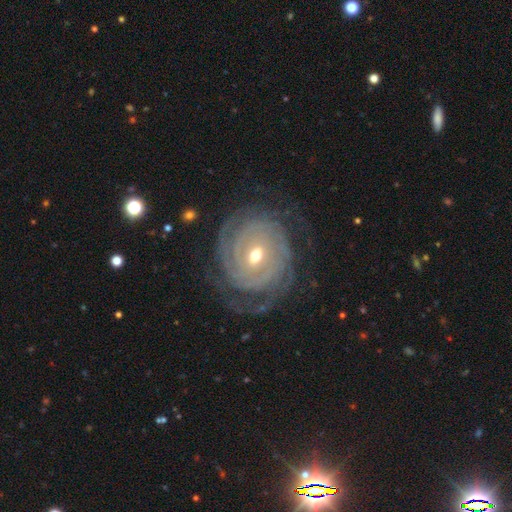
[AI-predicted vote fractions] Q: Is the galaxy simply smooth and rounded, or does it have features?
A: featured or disk — 89%.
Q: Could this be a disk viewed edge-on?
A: no — 97%.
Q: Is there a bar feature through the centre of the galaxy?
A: no — 43%.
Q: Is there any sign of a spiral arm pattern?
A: yes — 97%.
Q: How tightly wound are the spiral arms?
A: tight — 80%.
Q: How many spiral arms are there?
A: can't tell — 30%.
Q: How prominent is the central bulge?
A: moderate — 50%.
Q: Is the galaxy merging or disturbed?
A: none — 73%.